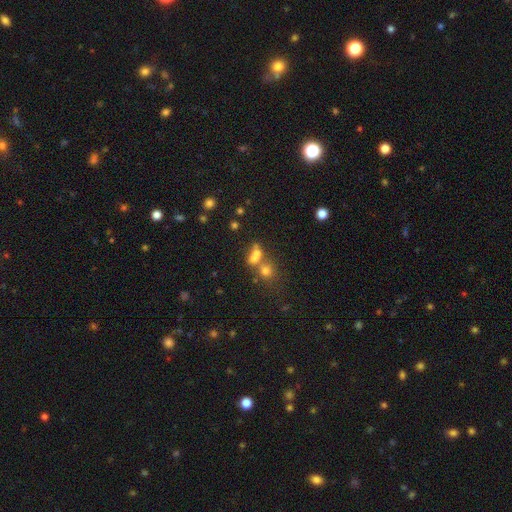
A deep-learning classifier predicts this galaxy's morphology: A smooth galaxy with no disk features (61%) that is round (49%). Merging: merger (54%).